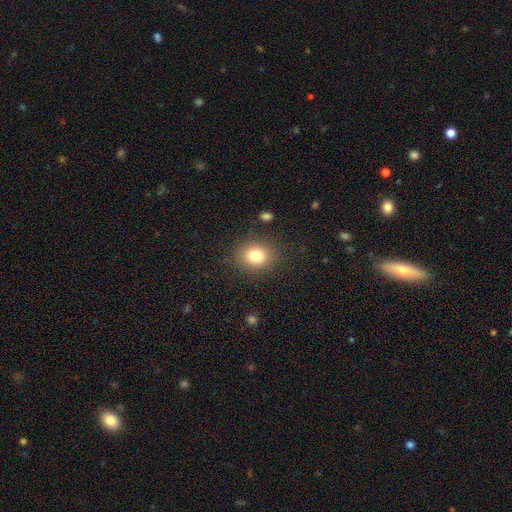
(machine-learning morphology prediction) type=smooth (80%); roundness=round (70%); merging=none (86%).